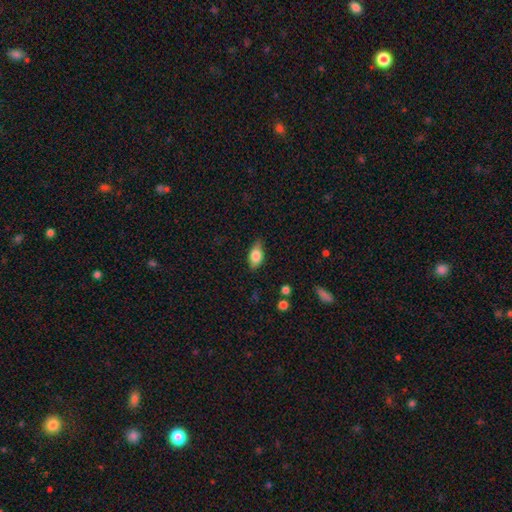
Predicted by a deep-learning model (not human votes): Smooth or featured? smooth (79%)
How rounded? in between (87%)
Merging? none (81%)